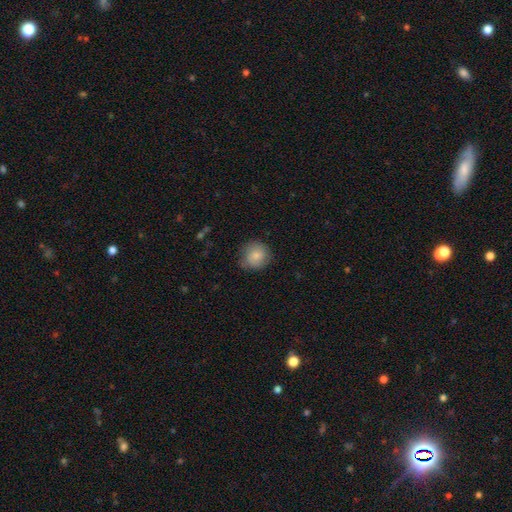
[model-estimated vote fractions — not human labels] Smooth or featured: smooth — 82% (featured or disk — 11%)
How rounded: round — 88% (in between — 11%)
Merging: none — 74% (minor disturbance — 20%)